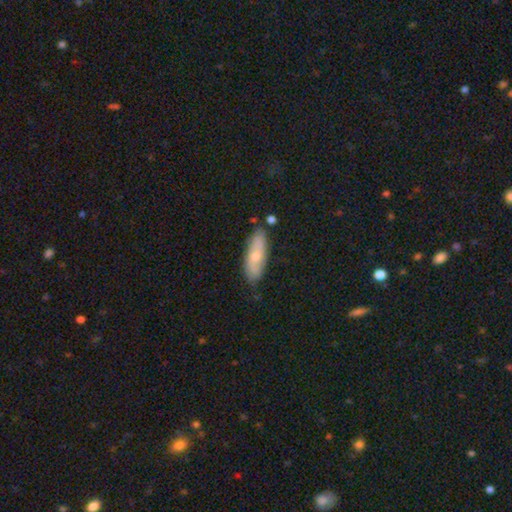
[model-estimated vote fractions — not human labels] Morphology: type=smooth (61%); roundness=in between (59%); merging=none (78%).